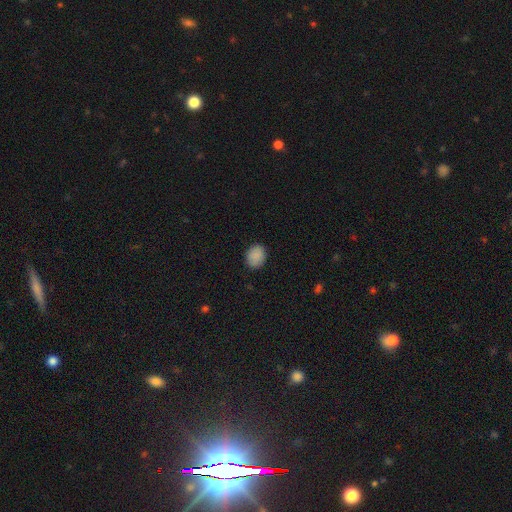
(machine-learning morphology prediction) smooth-or-featured: smooth: 88% | star or artifact: 8% | featured or disk: 3%
  how-rounded: in between: 54% | round: 45% | cigar-shaped: 1%
  merging: none: 87% | minor disturbance: 10% | major disturbance: 2% | merger: 1%